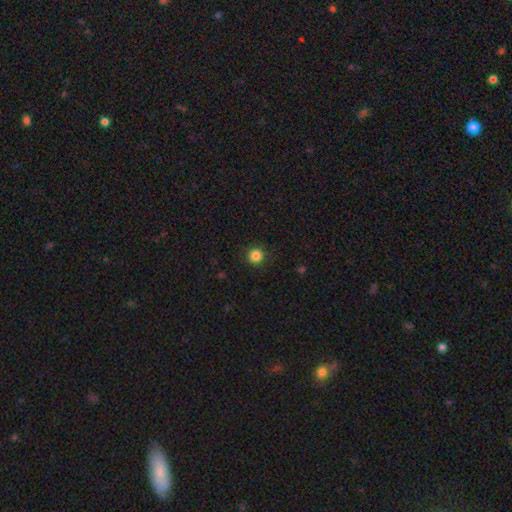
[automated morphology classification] This is clearly a smooth galaxy (85%). How rounded: clearly round (95%). Merging: clearly none (91%).